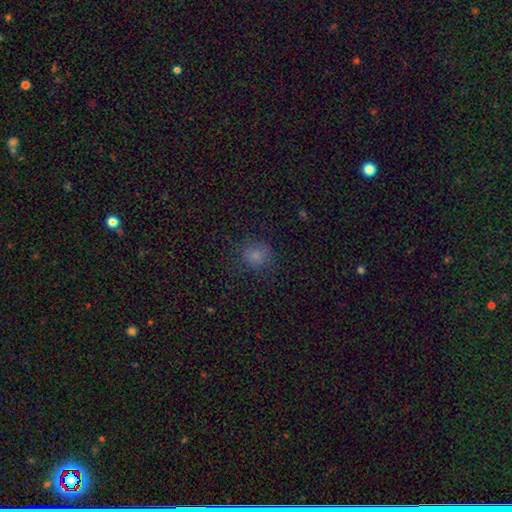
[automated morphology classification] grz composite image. It shows a smooth galaxy with no disk features (77%) that is round (82%). Merging: none (76%).